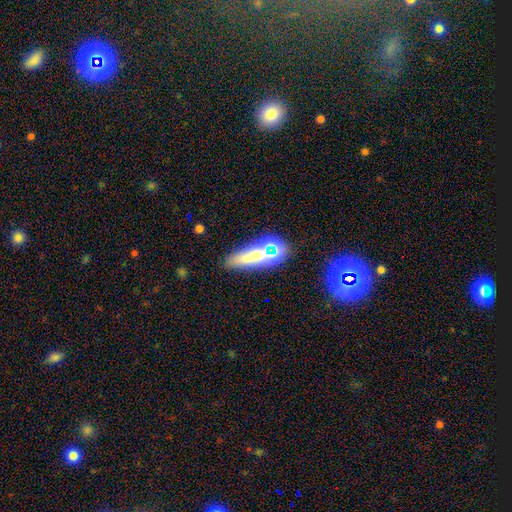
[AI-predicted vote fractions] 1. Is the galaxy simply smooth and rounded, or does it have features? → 56% smooth, 24% star or artifact, 20% featured or disk.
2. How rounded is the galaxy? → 56% cigar-shaped, 35% in between, 9% round.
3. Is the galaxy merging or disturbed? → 70% none, 14% minor disturbance, 9% merger, 6% major disturbance.